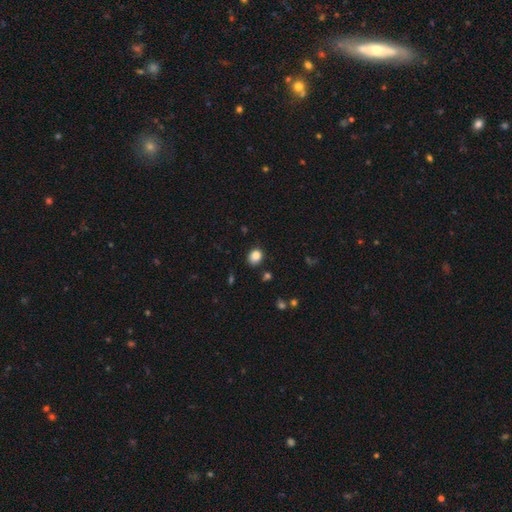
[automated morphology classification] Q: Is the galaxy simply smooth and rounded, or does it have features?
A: smooth — 85%.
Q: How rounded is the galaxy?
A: round — 61%.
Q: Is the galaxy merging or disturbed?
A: none — 84%.